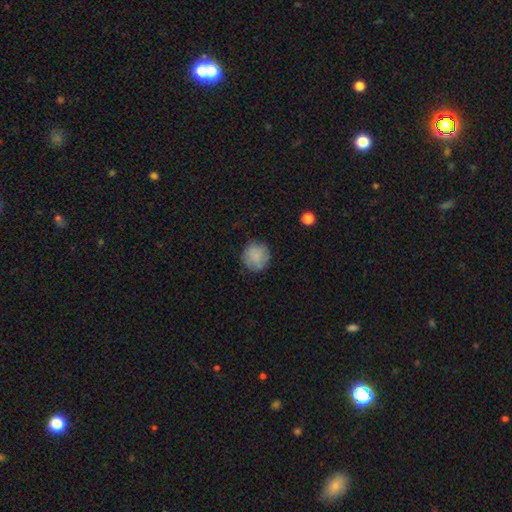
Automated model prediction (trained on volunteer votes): A smooth galaxy with no disk features (84%) that is round (93%). Merging: none (82%).